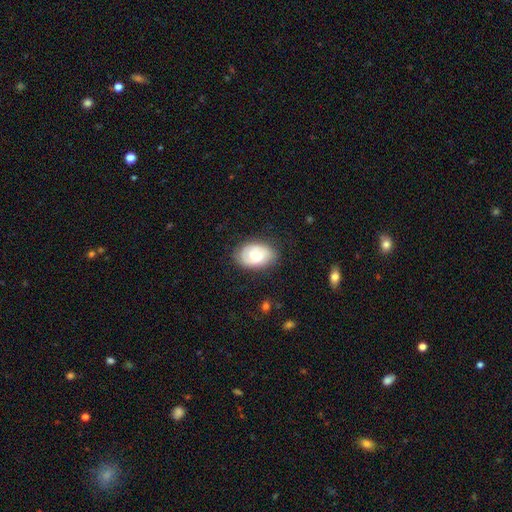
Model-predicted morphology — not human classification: This is possibly a smooth galaxy (51%). How rounded: clearly in between (83%). Merging: likely none (76%).